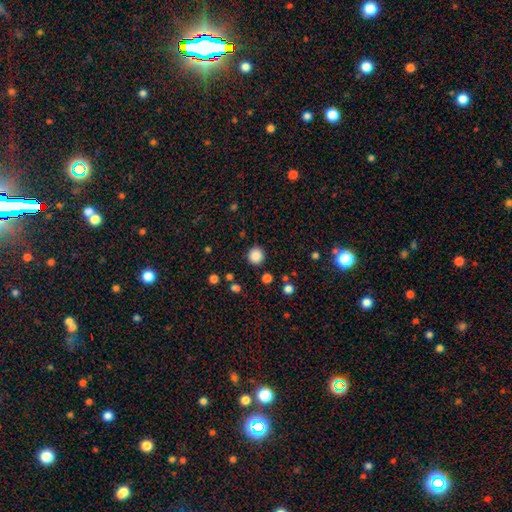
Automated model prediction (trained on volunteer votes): This appears to be a smooth galaxy with no disk features (86%) that is round (92%). Merging: none (89%).